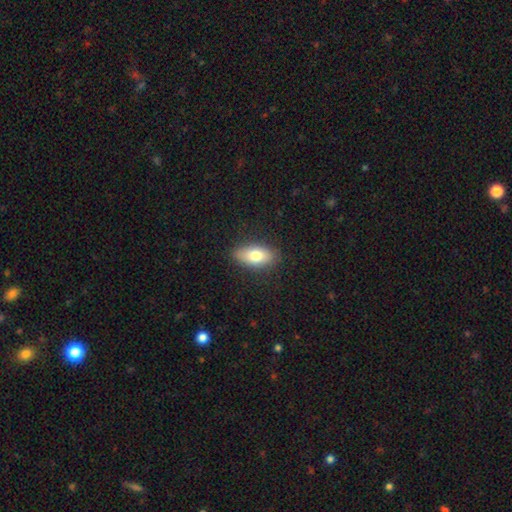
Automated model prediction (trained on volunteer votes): smooth-or-featured: smooth: 77% | featured or disk: 16% | star or artifact: 7%
  how-rounded: in between: 89% | cigar-shaped: 7% | round: 5%
  merging: none: 86% | minor disturbance: 10% | major disturbance: 3% | merger: 1%